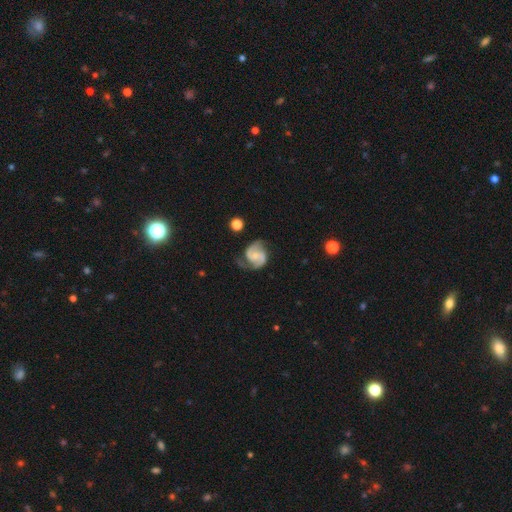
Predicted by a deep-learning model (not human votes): This appears to be a featured or disk galaxy (83%) with no bar (53%), 2 (91%) medium (52%) spiral arms (97%) and a small central bulge (48%). Merging: none (68%).